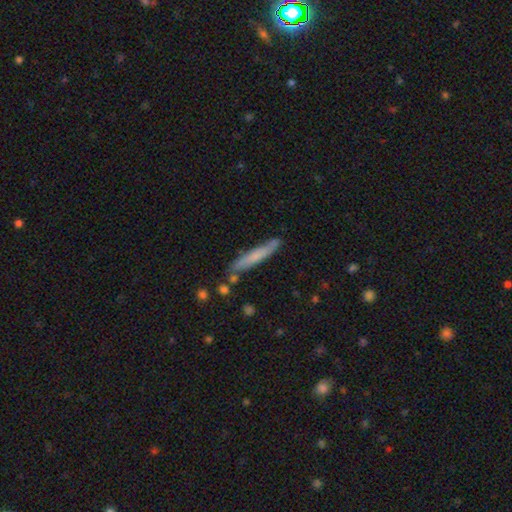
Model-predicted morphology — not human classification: Smooth or featured? Predicted: smooth (p=0.64). How rounded? Predicted: cigar-shaped (p=0.94). Merging? Predicted: none (p=0.80).